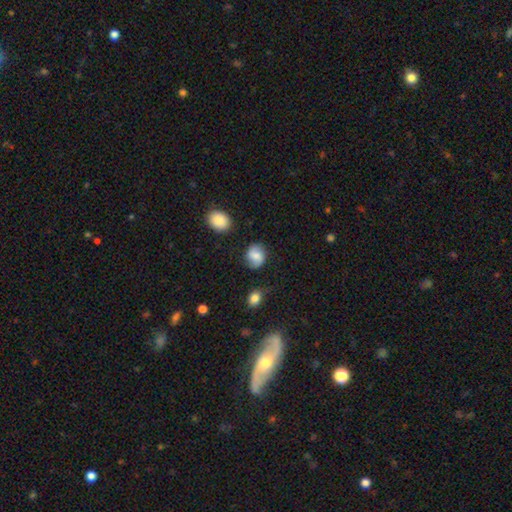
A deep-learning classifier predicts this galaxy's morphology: Smooth or featured? smooth (69%)
How rounded? round (61%)
Merging? none (74%)